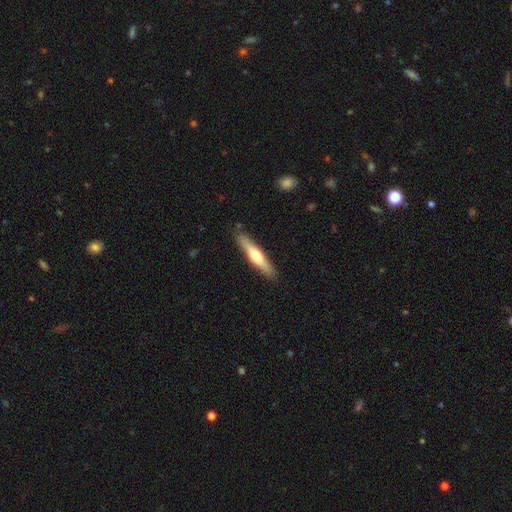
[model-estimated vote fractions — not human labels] This appears to be a featured or disk galaxy (48%). Merging: none (88%).